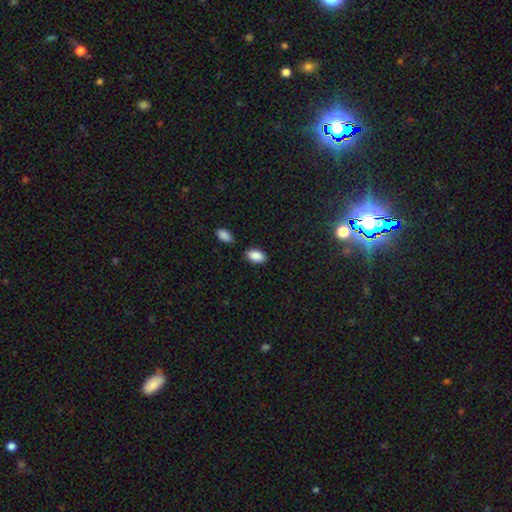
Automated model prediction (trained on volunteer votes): Smooth or featured?
  - smooth: 89% *
  - star or artifact: 7%
  - featured or disk: 4%
How rounded?
  - in between: 94% *
  - round: 4%
  - cigar-shaped: 2%
Merging?
  - none: 78% *
  - minor disturbance: 13%
  - merger: 6%
  - major disturbance: 3%